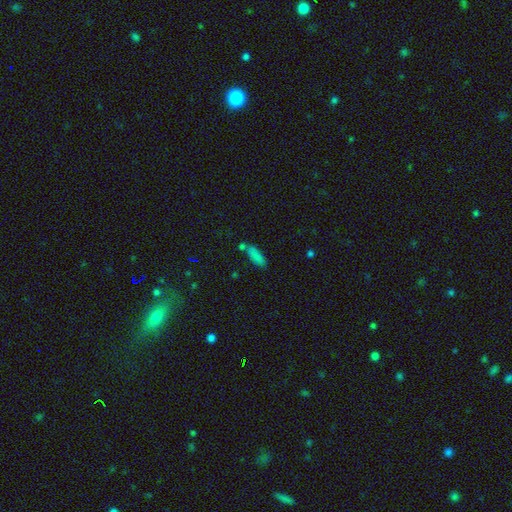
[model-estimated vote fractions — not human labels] This appears to be a smooth galaxy with no disk features (81%) that is in between round and cigar-shaped (52%). Merging: none (65%).